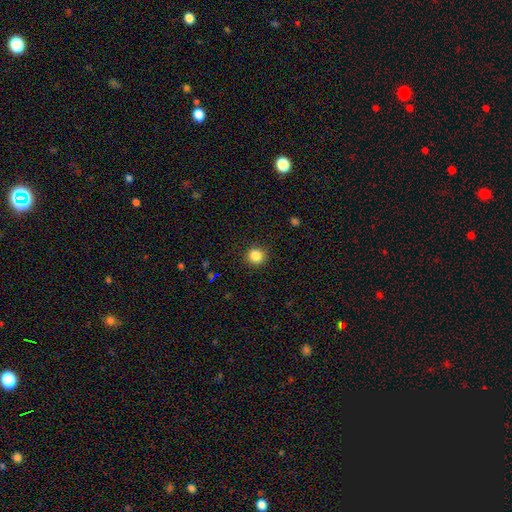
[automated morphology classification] Overall: smooth (85%). How rounded: round (91%). Merging: none (91%).